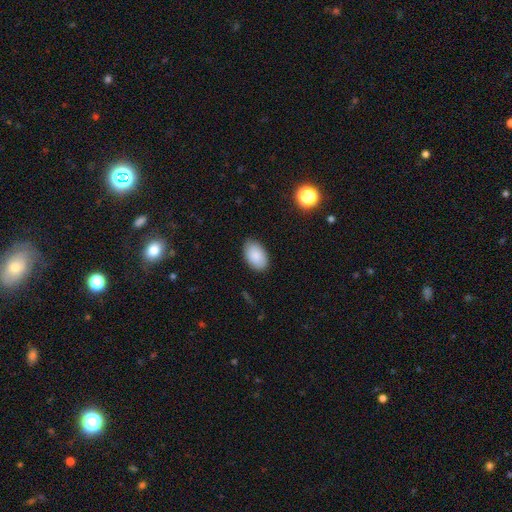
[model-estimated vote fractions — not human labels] This appears to be a smooth galaxy with no disk features (86%) that is in between round and cigar-shaped (93%). Merging: none (84%).